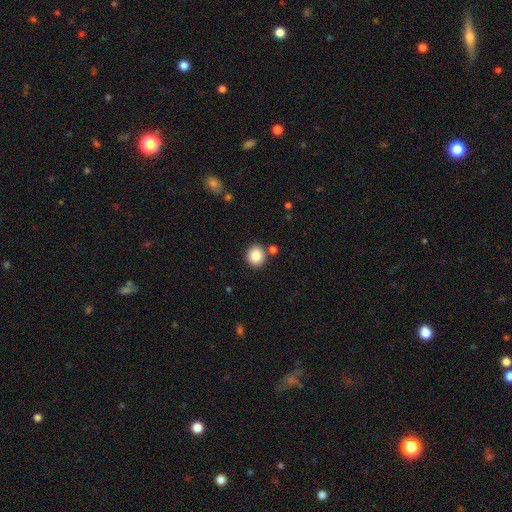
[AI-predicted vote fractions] Smooth or featured? smooth (86%)
How rounded? round (88%)
Merging? none (81%)